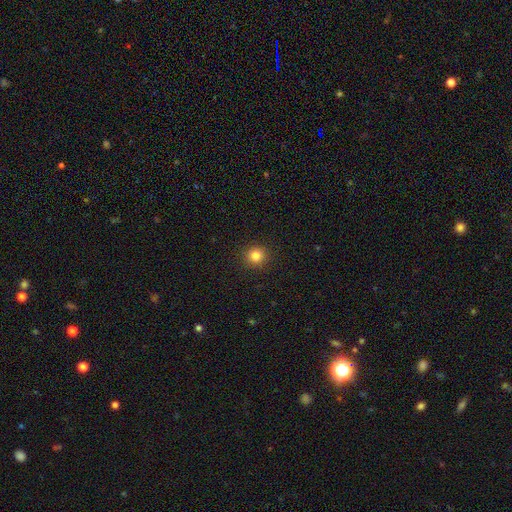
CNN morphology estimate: Smooth or featured?
  - smooth: 83% *
  - star or artifact: 12%
  - featured or disk: 5%
How rounded?
  - round: 93% *
  - in between: 6%
  - cigar-shaped: 1%
Merging?
  - none: 92% *
  - minor disturbance: 6%
  - major disturbance: 2%
  - merger: 1%